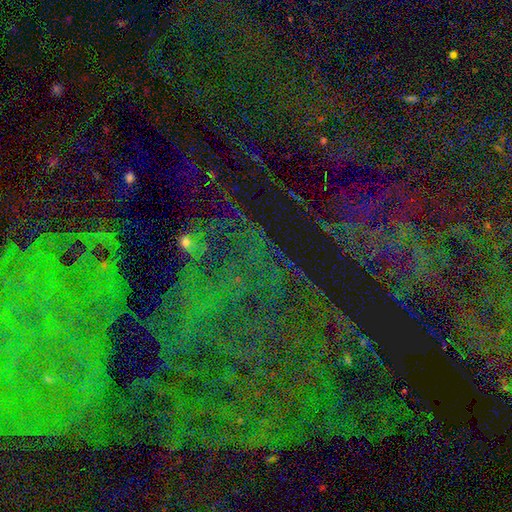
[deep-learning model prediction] Smooth or featured? star or artifact (81%)